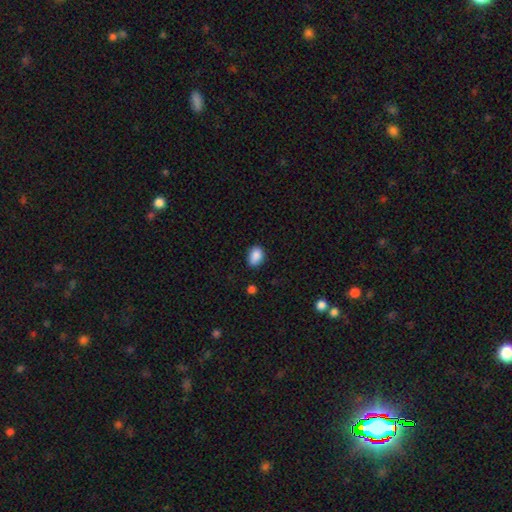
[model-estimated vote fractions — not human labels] A smooth galaxy with no disk features (88%) that is in between round and cigar-shaped (77%).

Vote fractions:
- Smooth or featured? smooth: 88% / star or artifact: 8% / featured or disk: 3%
- How rounded? in between: 77% / round: 22% / cigar-shaped: 1%
- Merging? none: 79% / minor disturbance: 17% / major disturbance: 3% / merger: 2%